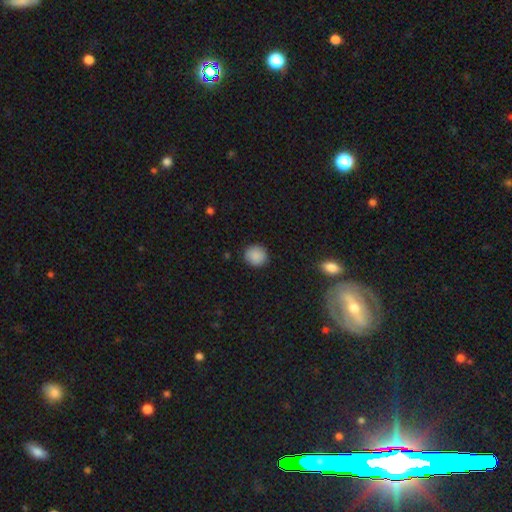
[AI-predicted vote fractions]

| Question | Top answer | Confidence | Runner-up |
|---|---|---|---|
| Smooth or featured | smooth | 88% | star or artifact (9%) |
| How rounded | round | 88% | in between (11%) |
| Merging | none | 90% | minor disturbance (7%) |